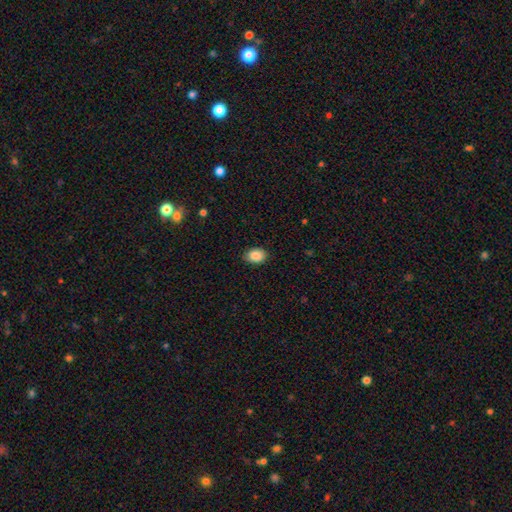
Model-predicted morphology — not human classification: A smooth galaxy with no disk features (88%) that is in between round and cigar-shaped (75%).

Vote fractions:
- Smooth or featured? smooth: 88% / star or artifact: 8% / featured or disk: 4%
- How rounded? in between: 75% / round: 24% / cigar-shaped: 1%
- Merging? none: 86% / minor disturbance: 11% / major disturbance: 2% / merger: 1%